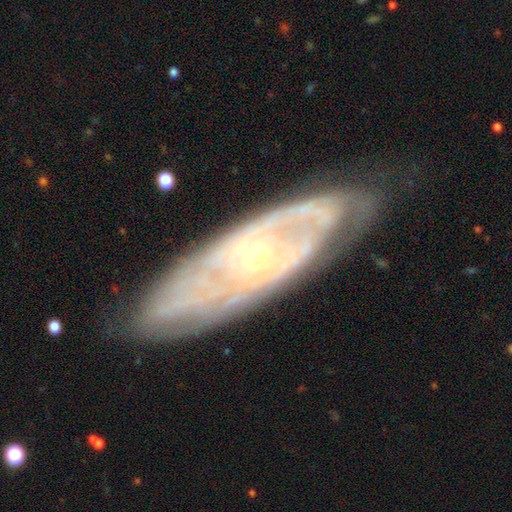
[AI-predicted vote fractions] The model was most divided on "spiral arm count": can't tell: 59%, 2: 19%, 3: 8%, 4: 5%, more than 4: 4%, 1: 4%. More confident: spiral arms — yes (82%); smooth or featured — featured or disk (80%); bulge size — small (79%); edge-on disk — no (78%); merging — none (73%); bar — no (71%); spiral winding — tight (70%).